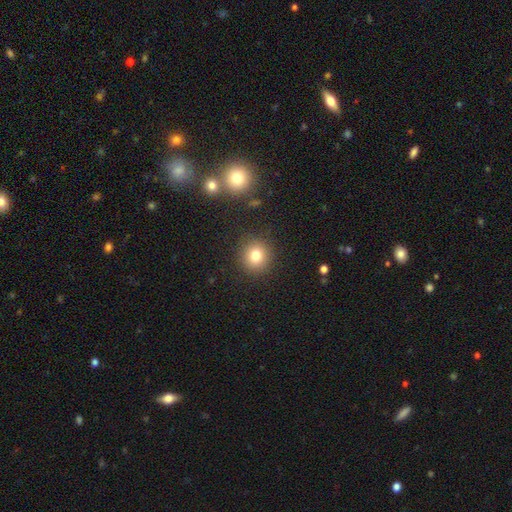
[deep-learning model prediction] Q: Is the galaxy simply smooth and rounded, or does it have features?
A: smooth — 79%.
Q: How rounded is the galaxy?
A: round — 89%.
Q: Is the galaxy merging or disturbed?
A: none — 89%.